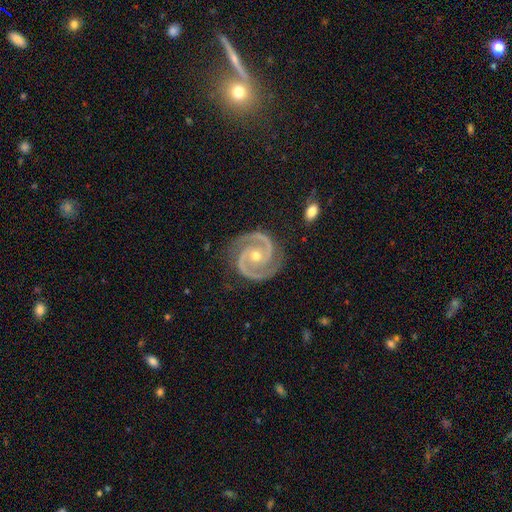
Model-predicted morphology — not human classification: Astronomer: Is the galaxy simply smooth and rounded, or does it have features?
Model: featured or disk — 94%.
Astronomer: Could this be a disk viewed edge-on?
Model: no — 98%.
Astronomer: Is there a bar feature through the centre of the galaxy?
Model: no — 64%.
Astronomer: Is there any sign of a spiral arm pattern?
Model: yes — 99%.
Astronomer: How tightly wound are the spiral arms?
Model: tight — 52% (runner-up: medium, 44%).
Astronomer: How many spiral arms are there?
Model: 2 — 94%.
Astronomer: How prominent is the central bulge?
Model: moderate — 49%, tied with small at 49%.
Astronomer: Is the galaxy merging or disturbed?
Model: none — 86%.